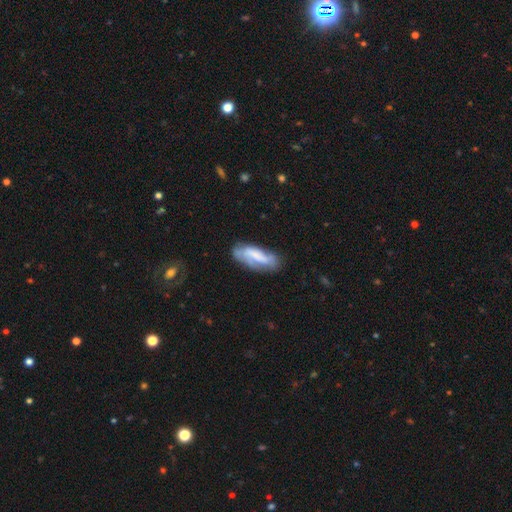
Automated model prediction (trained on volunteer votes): Q: Smooth or featured?
A: smooth (49%); runner-up: featured or disk (44%)
Q: Merging?
A: none (59%); runner-up: minor disturbance (27%)